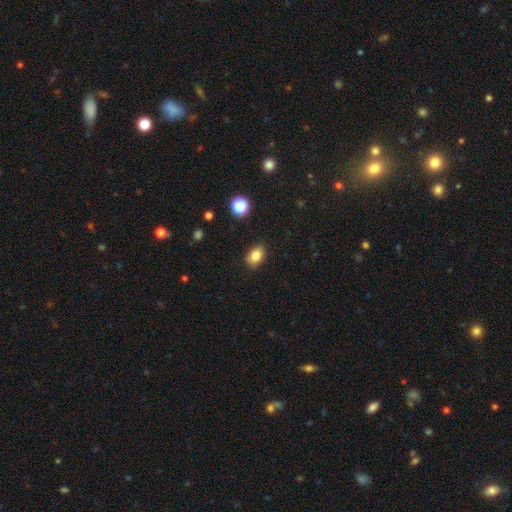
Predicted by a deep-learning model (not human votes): This appears to be a smooth galaxy with no disk features (82%) that is in between round and cigar-shaped (76%). Merging: none (85%).